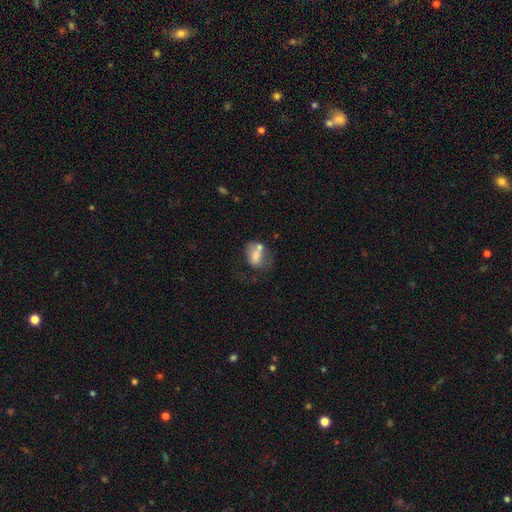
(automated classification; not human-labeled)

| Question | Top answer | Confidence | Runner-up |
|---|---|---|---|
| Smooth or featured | smooth | 67% | featured or disk (23%) |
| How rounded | in between | 71% | round (28%) |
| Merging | merger | 30% | none (28%) |